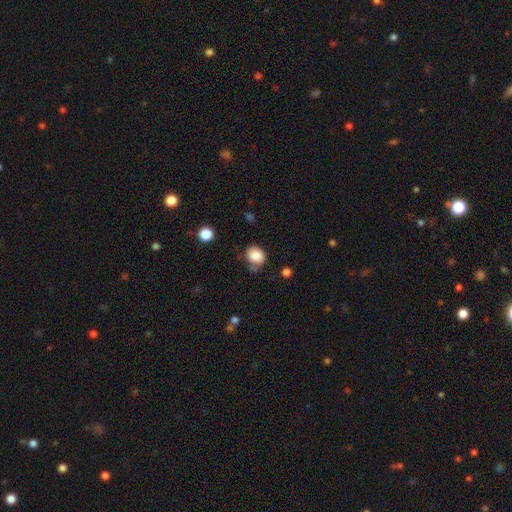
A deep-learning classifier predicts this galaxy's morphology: smooth-or-featured: smooth: 86% | star or artifact: 9% | featured or disk: 5%
  how-rounded: round: 66% | in between: 33% | cigar-shaped: 1%
  merging: none: 65% | minor disturbance: 24% | major disturbance: 6% | merger: 5%